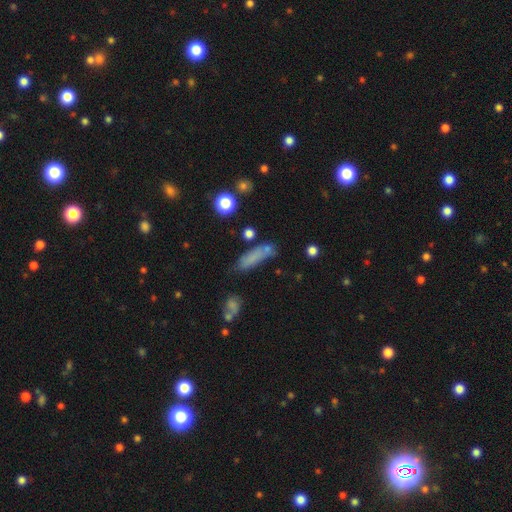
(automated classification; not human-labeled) Smooth or featured? smooth (70%)
How rounded? cigar-shaped (71%)
Merging? none (61%)